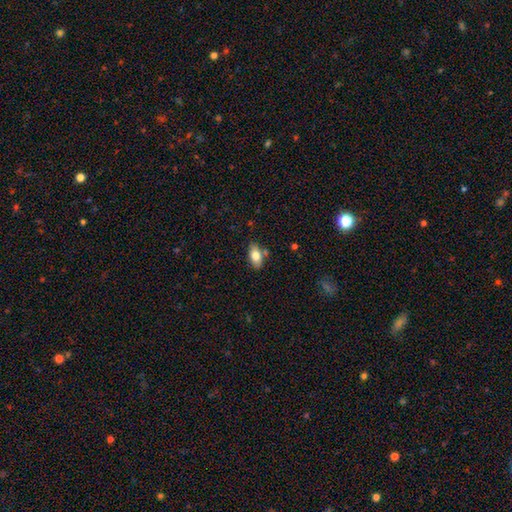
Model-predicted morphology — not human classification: The model was most divided on "merging": none: 76%, minor disturbance: 14%, merger: 7%, major disturbance: 3%. More confident: how rounded — in between (91%); smooth or featured — smooth (79%).